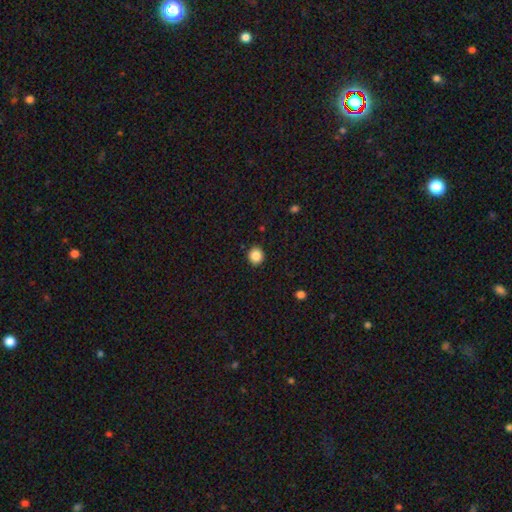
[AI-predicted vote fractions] Smooth or featured: smooth — 86% (star or artifact — 10%)
How rounded: round — 85% (in between — 14%)
Merging: none — 91% (minor disturbance — 6%)